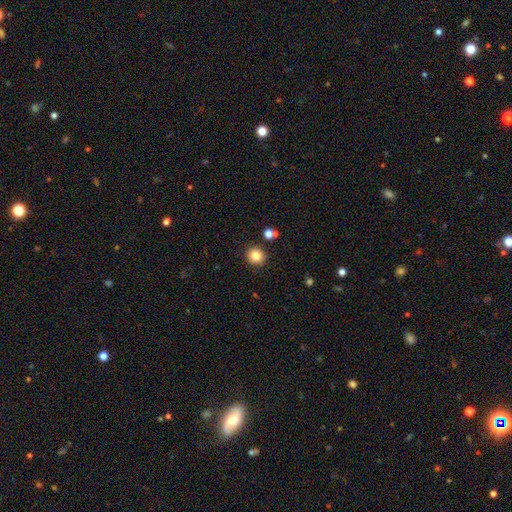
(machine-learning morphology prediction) This is clearly a smooth galaxy (82%). How rounded: clearly round (93%). Merging: clearly none (89%).